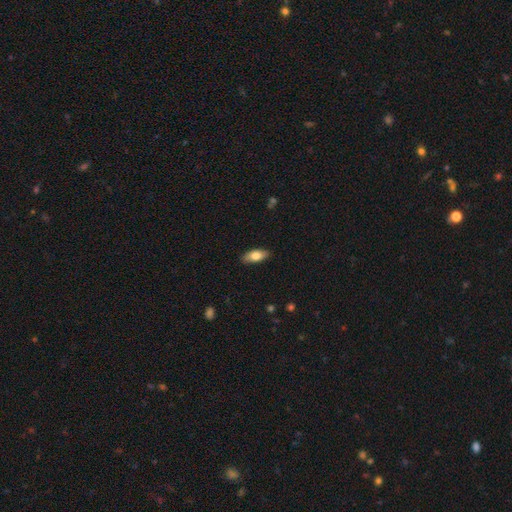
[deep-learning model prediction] smooth 78%, featured or disk 15%, star or artifact 6%. Down the decision tree: how rounded — in between (83%); merging — none (87%).